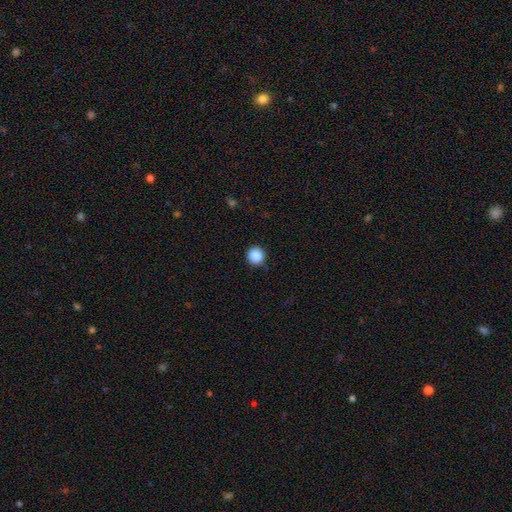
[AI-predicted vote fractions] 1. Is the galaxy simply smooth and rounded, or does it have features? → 88% smooth, 10% star or artifact, 3% featured or disk.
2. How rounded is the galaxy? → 94% round, 5% in between, 1% cigar-shaped.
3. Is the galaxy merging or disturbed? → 89% none, 8% minor disturbance, 2% major disturbance, 1% merger.